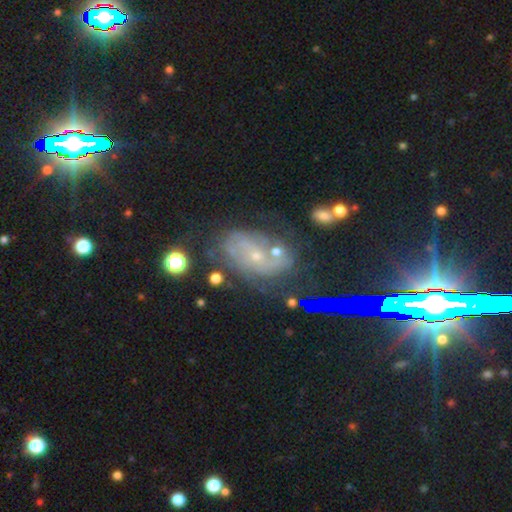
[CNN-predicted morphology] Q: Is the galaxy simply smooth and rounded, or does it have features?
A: featured or disk — 61%.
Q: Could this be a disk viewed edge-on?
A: no — 93%.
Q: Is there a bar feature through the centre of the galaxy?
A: no — 64%.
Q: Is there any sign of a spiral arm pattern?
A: yes — 82%.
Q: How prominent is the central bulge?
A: small — 77%.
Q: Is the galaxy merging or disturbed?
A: none — 63%.